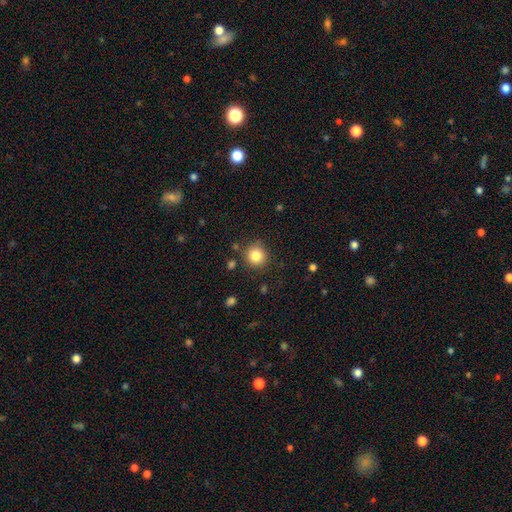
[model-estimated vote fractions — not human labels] smooth-or-featured: smooth: 83% | star or artifact: 11% | featured or disk: 6%
  how-rounded: round: 92% | in between: 7% | cigar-shaped: 1%
  merging: none: 86% | minor disturbance: 9% | major disturbance: 3% | merger: 3%